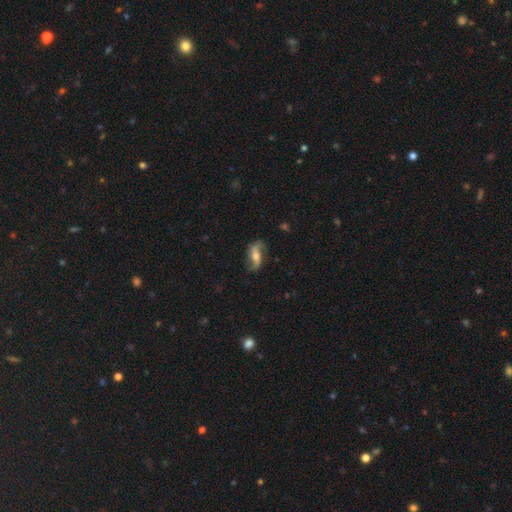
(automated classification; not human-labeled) Overall: featured or disk (72%). Edge-on disk: no (87%). Bar: no (35%; weak 33%). Spiral arms: yes (89%). Spiral arm count: 2 (91%). Spiral winding: loose (80%). Bulge size: moderate (59%; small 28%). Merging: none (75%).